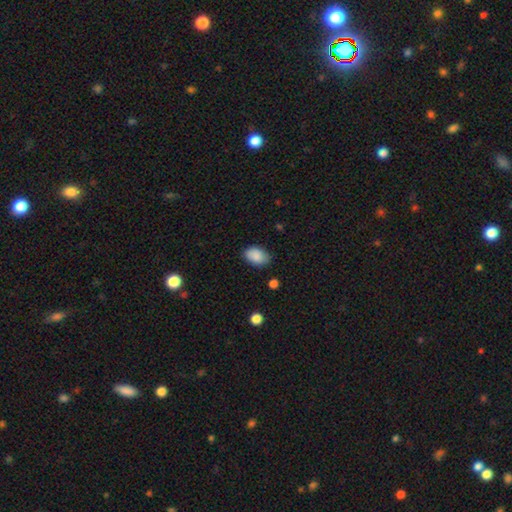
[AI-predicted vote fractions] Morphology: type=smooth (88%); roundness=in between (87%); merging=none (80%).